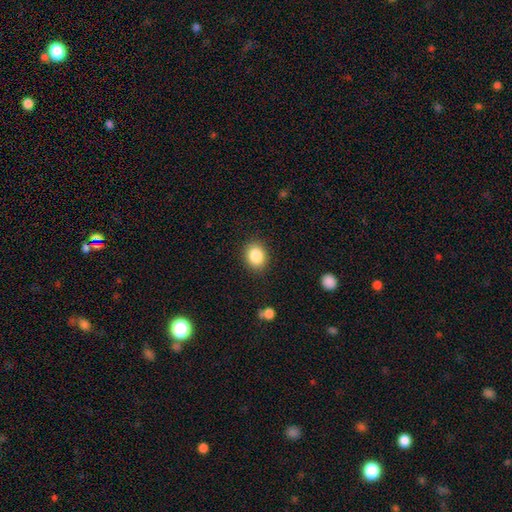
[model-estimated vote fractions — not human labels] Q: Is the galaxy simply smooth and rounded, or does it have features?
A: smooth — 86%.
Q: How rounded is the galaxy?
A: round — 53%.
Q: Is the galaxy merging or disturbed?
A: none — 88%.